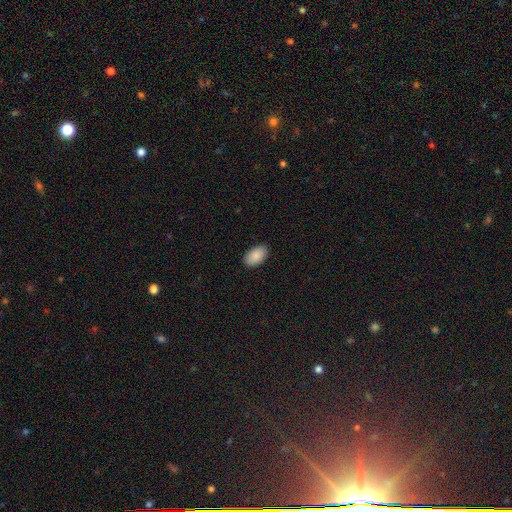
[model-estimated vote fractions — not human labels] smooth 90%, star or artifact 6%, featured or disk 4%. Down the decision tree: how rounded — in between (95%); merging — none (88%).